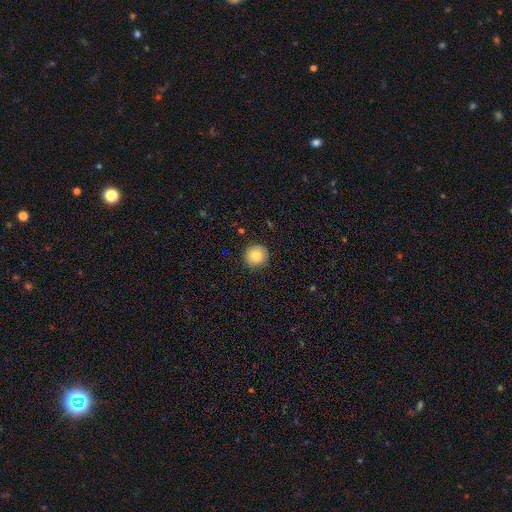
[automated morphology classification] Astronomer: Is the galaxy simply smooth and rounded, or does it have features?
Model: smooth — 82%.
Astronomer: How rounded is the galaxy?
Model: round — 94%.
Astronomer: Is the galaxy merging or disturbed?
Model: none — 88%.